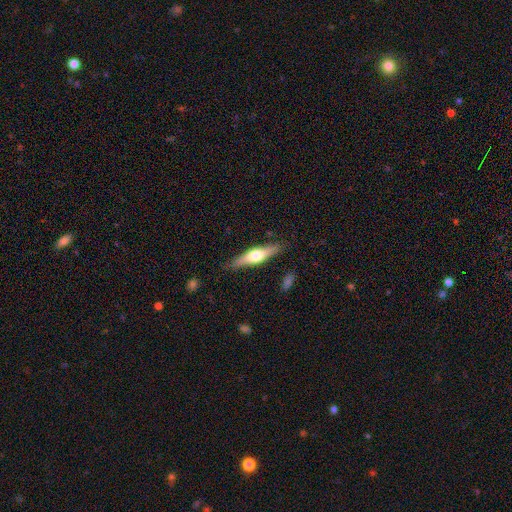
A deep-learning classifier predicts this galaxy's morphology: This appears to be a featured or disk galaxy (55%) viewed edge-on (94%) with a rounded central bulge (92%). Merging: none (85%).